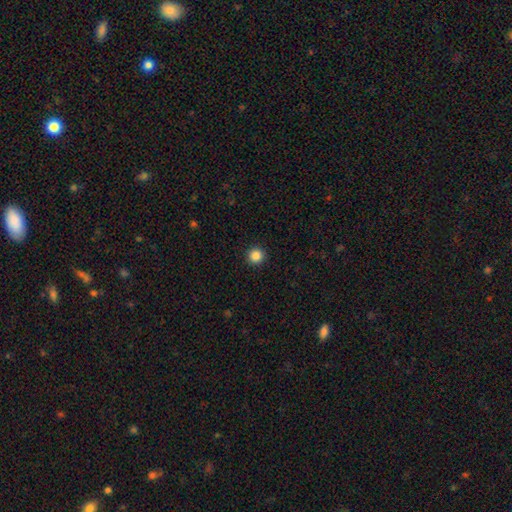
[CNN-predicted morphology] smooth 86%, star or artifact 11%, featured or disk 3%. Down the decision tree: how rounded — round (96%); merging — none (94%).